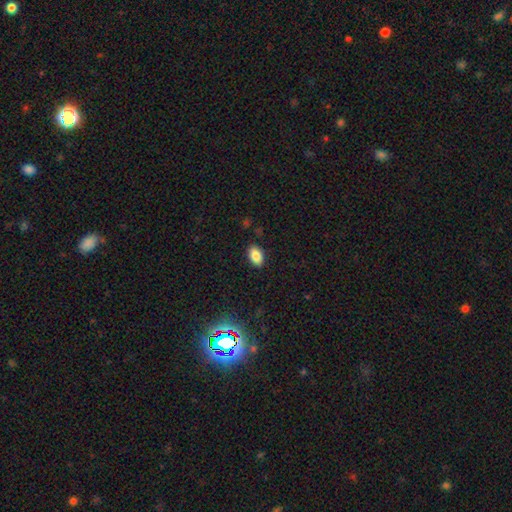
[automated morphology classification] Overall: smooth (85%). How rounded: in between (91%). Merging: none (88%).